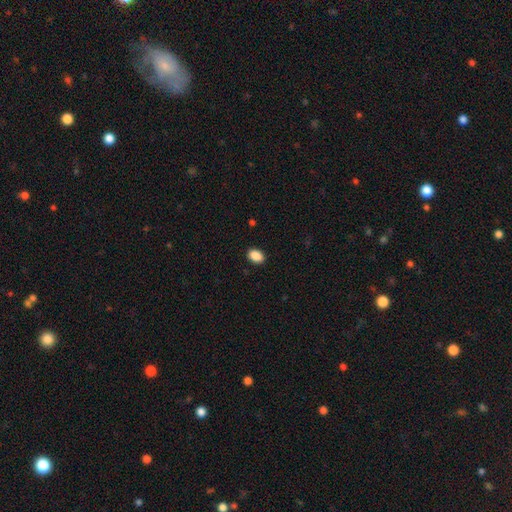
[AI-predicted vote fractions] Smooth or featured? Predicted: smooth (p=0.90). How rounded? Predicted: in between (p=0.82). Merging? Predicted: none (p=0.90).